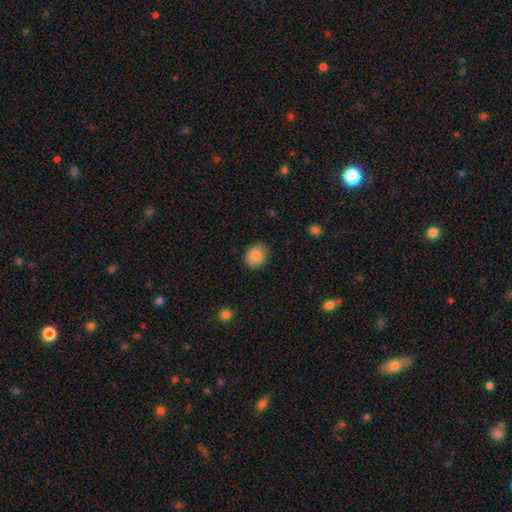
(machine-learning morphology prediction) Smooth or featured? Predicted: smooth (p=0.88). How rounded? Predicted: round (p=0.57). Merging? Predicted: none (p=0.86).